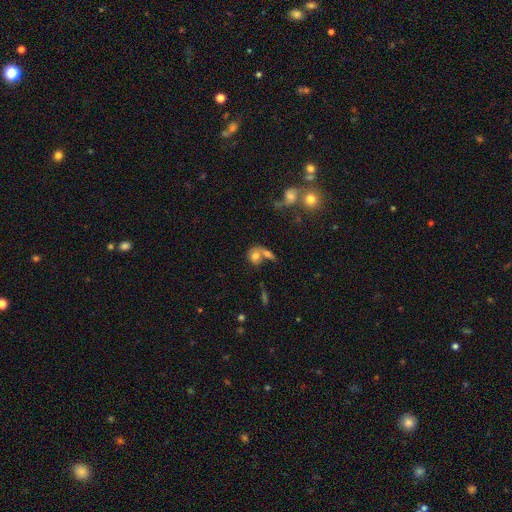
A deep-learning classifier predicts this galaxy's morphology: A smooth galaxy with no disk features (67%) that is round (57%). Merging: merger (48%).